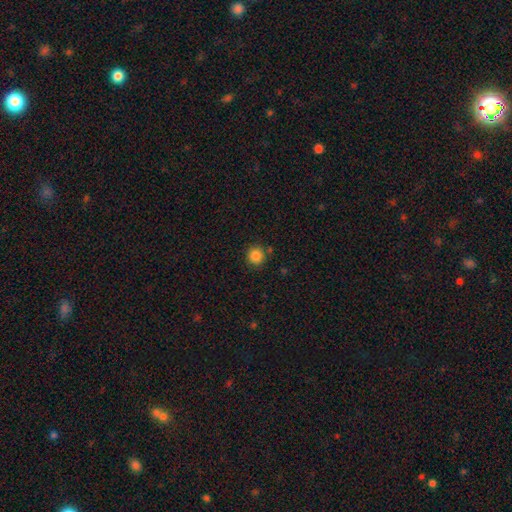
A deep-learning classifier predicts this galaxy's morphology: smooth 86%, star or artifact 11%, featured or disk 4%. Down the decision tree: how rounded — round (93%); merging — none (86%).